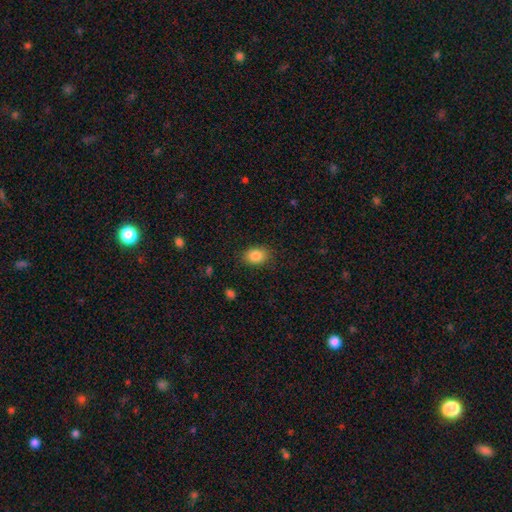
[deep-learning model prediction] smooth 86%, star or artifact 9%, featured or disk 5%. Down the decision tree: how rounded — in between (70%); merging — none (85%).